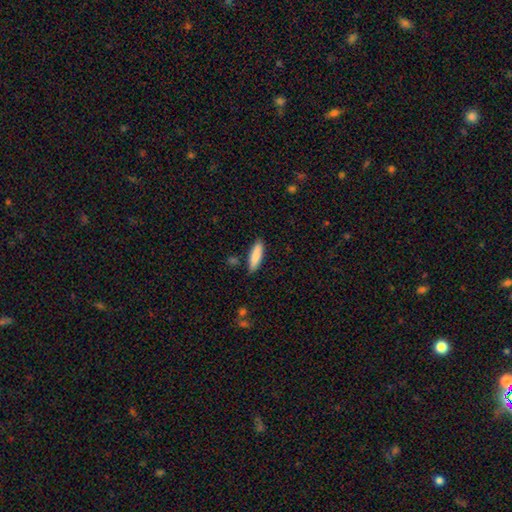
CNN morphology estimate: Smooth or featured: smooth — 86% (featured or disk — 8%)
How rounded: cigar-shaped — 65% (in between — 33%)
Merging: none — 85% (minor disturbance — 11%)